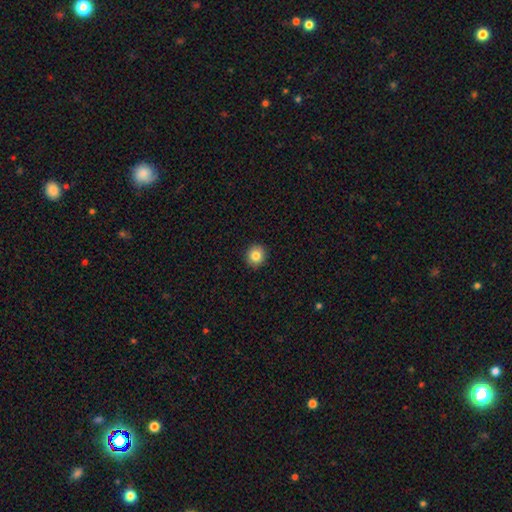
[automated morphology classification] The model was most divided on "smooth or featured": smooth: 84%, star or artifact: 10%, featured or disk: 7%. More confident: merging — none (92%); how rounded — round (89%).